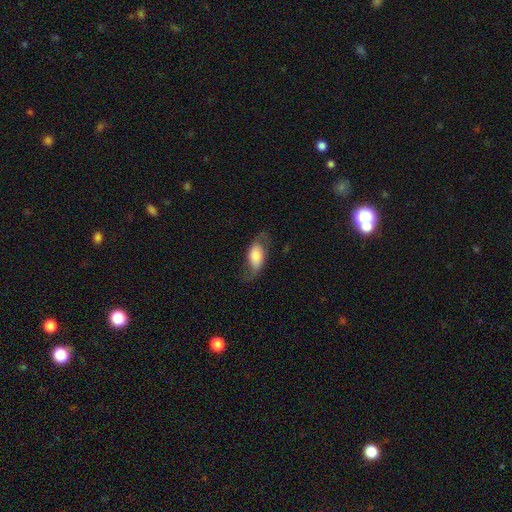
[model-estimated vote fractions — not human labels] This appears to be a smooth galaxy with no disk features (51%) that is in between round and cigar-shaped (87%). Merging: none (62%).